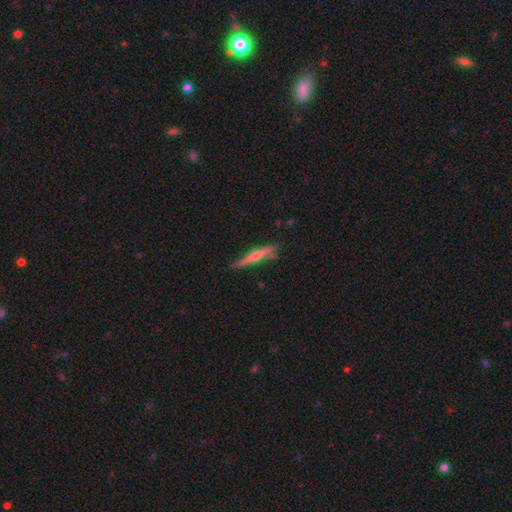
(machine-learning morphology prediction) This appears to be a featured or disk galaxy (64%) viewed edge-on (97%) with a rounded central bulge (87%). Merging: none (80%).